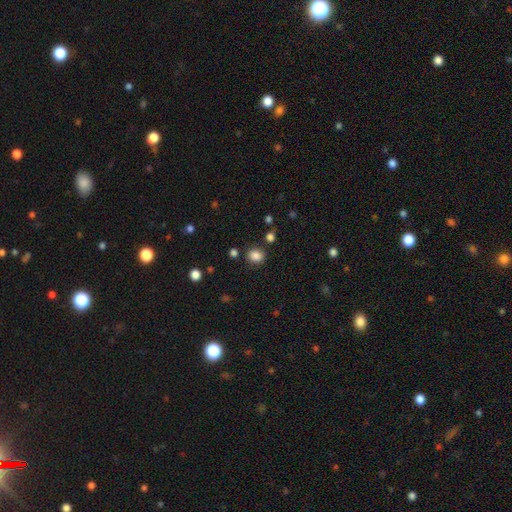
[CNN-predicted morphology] Overall: smooth (84%). How rounded: round (57%; in between 42%). Merging: none (82%).